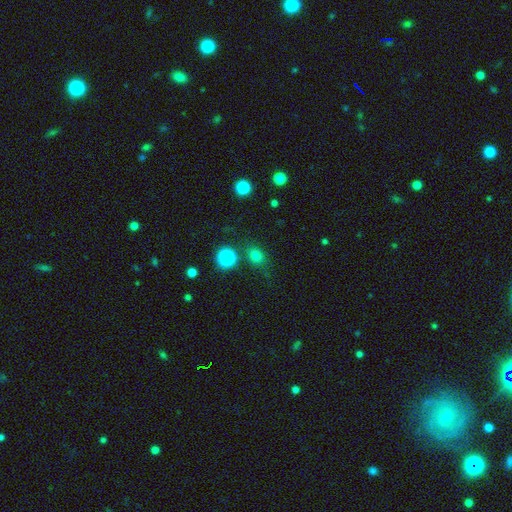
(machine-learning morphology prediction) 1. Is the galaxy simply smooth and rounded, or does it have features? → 75% smooth, 19% star or artifact, 7% featured or disk.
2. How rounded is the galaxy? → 61% round, 37% in between, 2% cigar-shaped.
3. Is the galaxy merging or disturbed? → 76% none, 14% minor disturbance, 5% major disturbance, 4% merger.